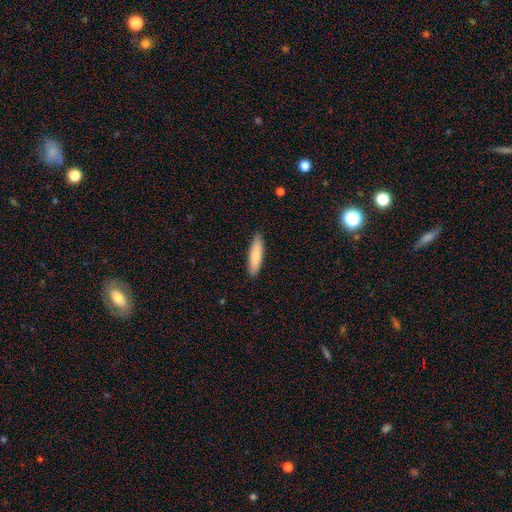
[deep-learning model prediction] Smooth or featured: smooth — 83% (featured or disk — 11%)
How rounded: cigar-shaped — 72% (in between — 26%)
Merging: none — 90% (minor disturbance — 8%)